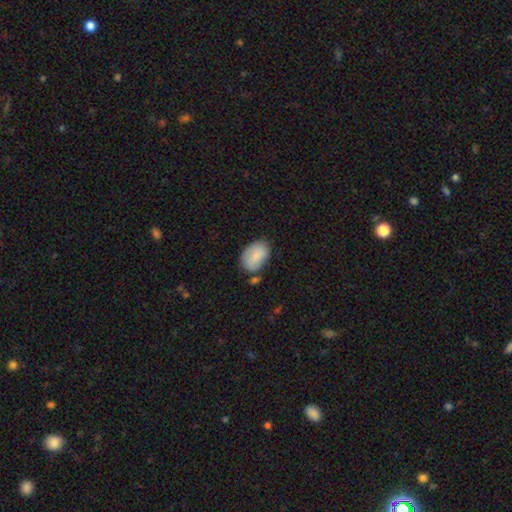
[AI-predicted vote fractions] Q: Smooth or featured?
A: smooth (82%); runner-up: featured or disk (11%)
Q: How rounded?
A: in between (89%); runner-up: round (10%)
Q: Merging?
A: none (65%); runner-up: minor disturbance (23%)